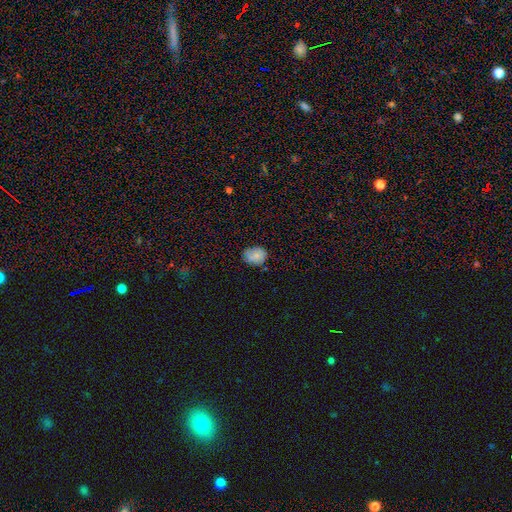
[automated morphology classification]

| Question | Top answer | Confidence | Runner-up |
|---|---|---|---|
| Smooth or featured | smooth | 78% | featured or disk (12%) |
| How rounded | in between | 55% | round (44%) |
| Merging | none | 69% | minor disturbance (24%) |